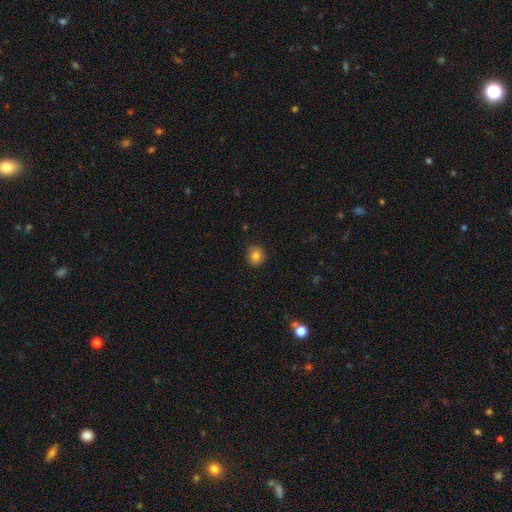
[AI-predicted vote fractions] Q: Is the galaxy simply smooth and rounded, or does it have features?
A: smooth — 83%.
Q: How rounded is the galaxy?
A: round — 90%.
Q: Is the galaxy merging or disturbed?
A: none — 86%.